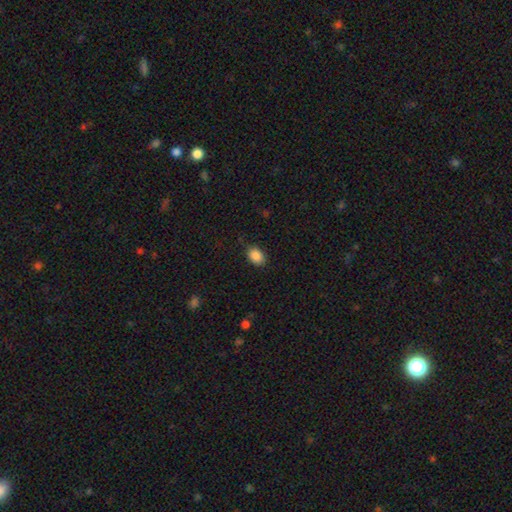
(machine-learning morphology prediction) This appears to be a smooth galaxy with no disk features (88%) that is in between round and cigar-shaped (77%). Merging: none (84%).